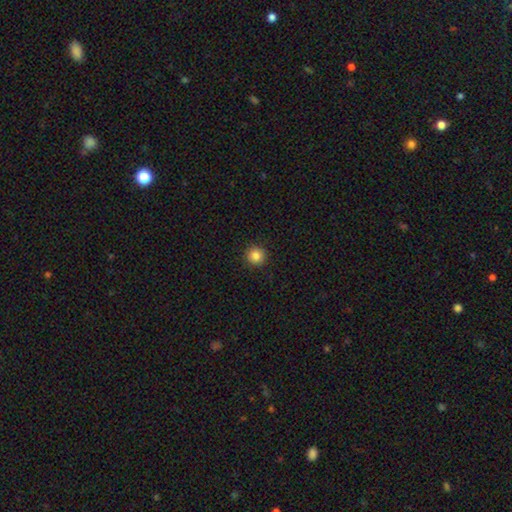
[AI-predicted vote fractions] Smooth or featured? smooth (85%)
How rounded? round (95%)
Merging? none (93%)